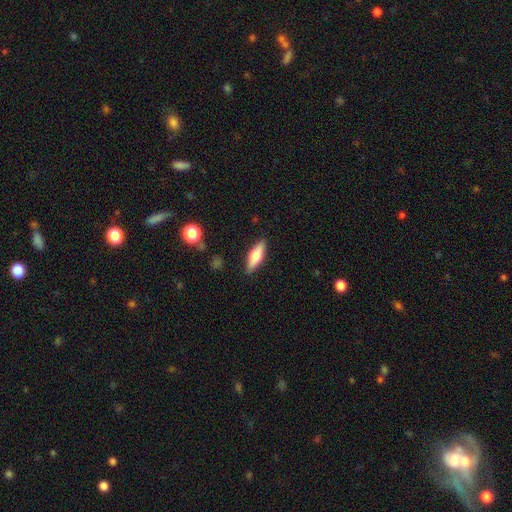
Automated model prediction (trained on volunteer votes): A smooth galaxy with no disk features (58%) that is in between round and cigar-shaped (49%).

Vote fractions:
- Smooth or featured? smooth: 58% / featured or disk: 36% / star or artifact: 6%
- How rounded? in between: 49% / cigar-shaped: 48% / round: 3%
- Merging? none: 87% / minor disturbance: 9% / major disturbance: 2% / merger: 1%